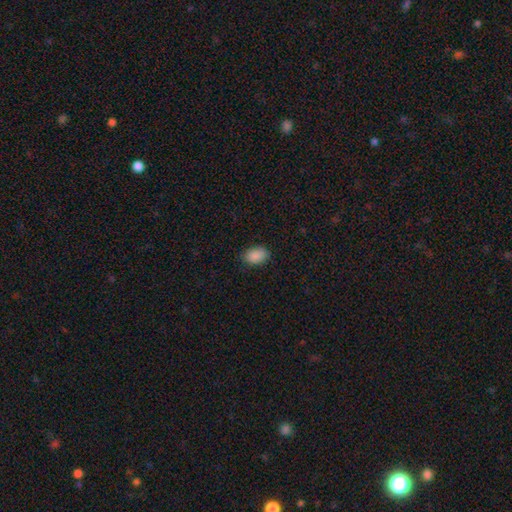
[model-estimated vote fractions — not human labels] The model was most divided on "merging": none: 85%, minor disturbance: 11%, major disturbance: 2%, merger: 1%. More confident: smooth or featured — smooth (89%); how rounded — in between (88%).